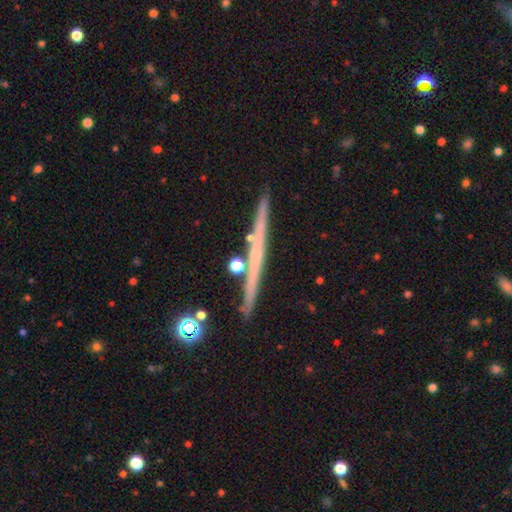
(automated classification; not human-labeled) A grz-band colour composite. It shows a featured or disk galaxy (65%) viewed edge-on (97%) with no central bulge (79%). Merging: none (88%).